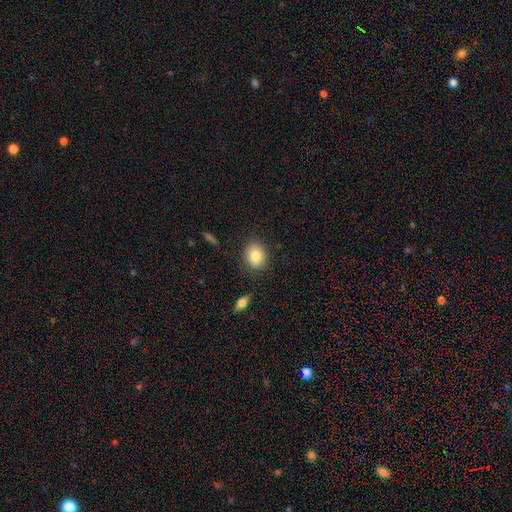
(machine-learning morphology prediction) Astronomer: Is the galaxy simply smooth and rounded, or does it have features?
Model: smooth — 81%.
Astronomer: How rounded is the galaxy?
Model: round — 55% (runner-up: in between, 44%).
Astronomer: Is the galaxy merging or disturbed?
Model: none — 85%.